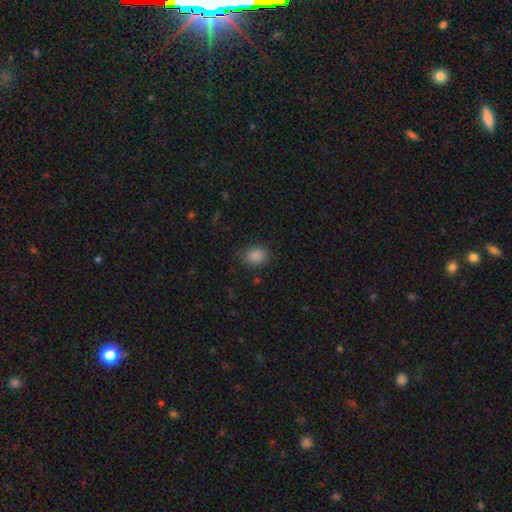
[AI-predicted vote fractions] A smooth galaxy with no disk features (87%) that is in between round and cigar-shaped (55%). Merging: none (84%).